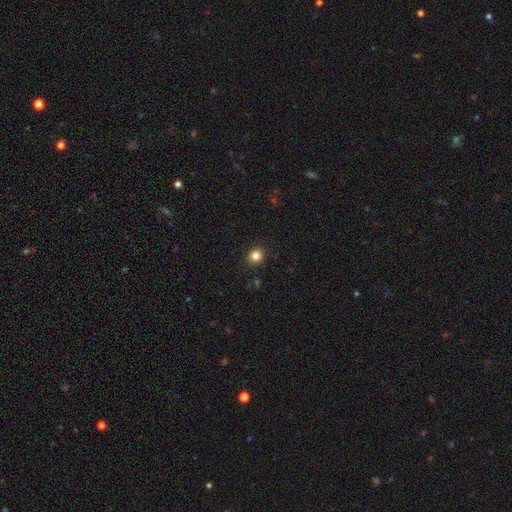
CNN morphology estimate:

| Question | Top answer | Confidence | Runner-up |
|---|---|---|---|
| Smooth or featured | smooth | 84% | star or artifact (12%) |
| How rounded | round | 82% | in between (17%) |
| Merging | none | 90% | minor disturbance (7%) |